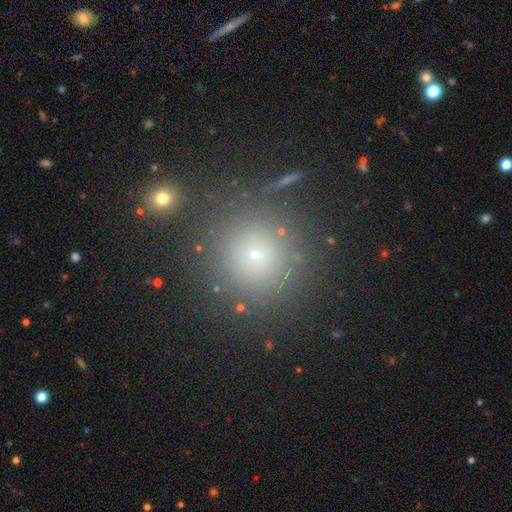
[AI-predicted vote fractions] smooth_or_featured: smooth (p=0.63) [alt: star or artifact p=0.27]
how_rounded: round (p=0.94) [alt: in between p=0.05]
merging: none (p=0.85) [alt: minor disturbance p=0.08]